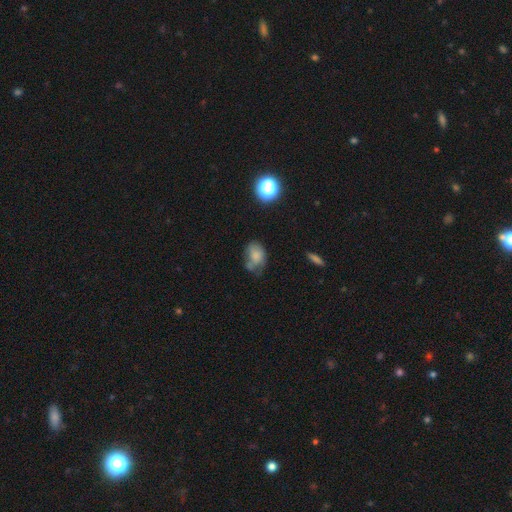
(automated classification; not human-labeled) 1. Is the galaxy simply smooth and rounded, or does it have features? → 69% smooth, 19% featured or disk, 12% star or artifact.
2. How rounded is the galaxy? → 76% in between, 23% round, 1% cigar-shaped.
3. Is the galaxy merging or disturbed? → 35% none, 33% minor disturbance, 19% major disturbance, 13% merger.